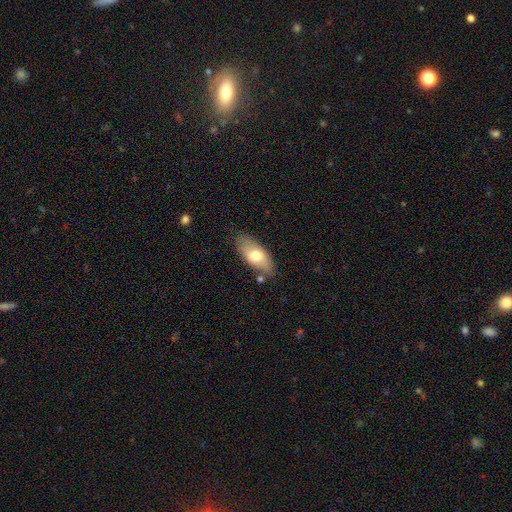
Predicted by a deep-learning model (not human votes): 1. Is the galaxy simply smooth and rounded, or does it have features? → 69% smooth, 25% featured or disk, 6% star or artifact.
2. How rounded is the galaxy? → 88% in between, 9% cigar-shaped, 3% round.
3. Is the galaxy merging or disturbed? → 74% none, 18% minor disturbance, 5% merger, 4% major disturbance.